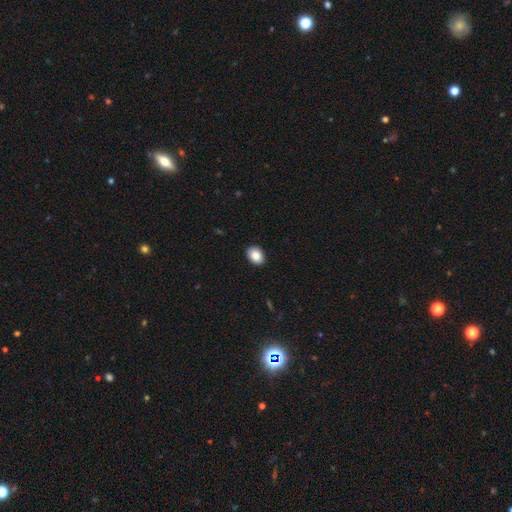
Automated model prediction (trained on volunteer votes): This appears to be a smooth galaxy with no disk features (86%) that is in between round and cigar-shaped (71%). Merging: none (90%).